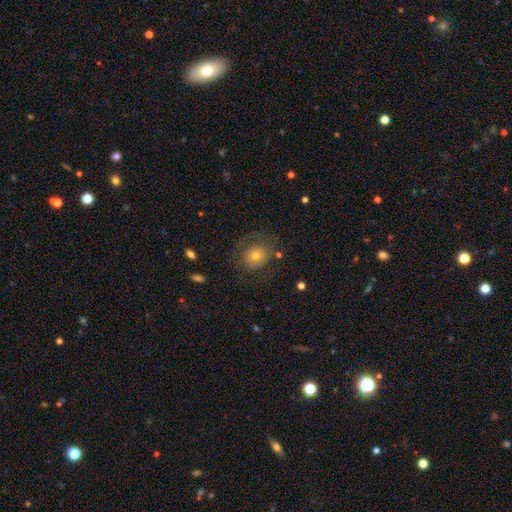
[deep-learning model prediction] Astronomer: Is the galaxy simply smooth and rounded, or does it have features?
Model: smooth — 51% (runner-up: featured or disk, 37%).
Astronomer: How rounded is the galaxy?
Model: round — 75%.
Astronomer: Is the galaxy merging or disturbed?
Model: none — 69%.